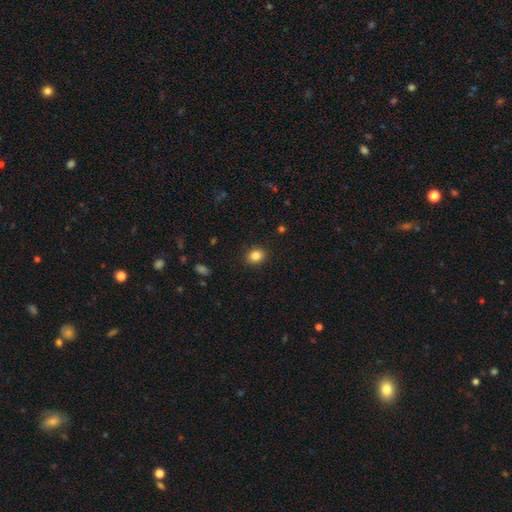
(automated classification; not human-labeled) A smooth galaxy with no disk features (84%) that is round (68%). Merging: none (90%).